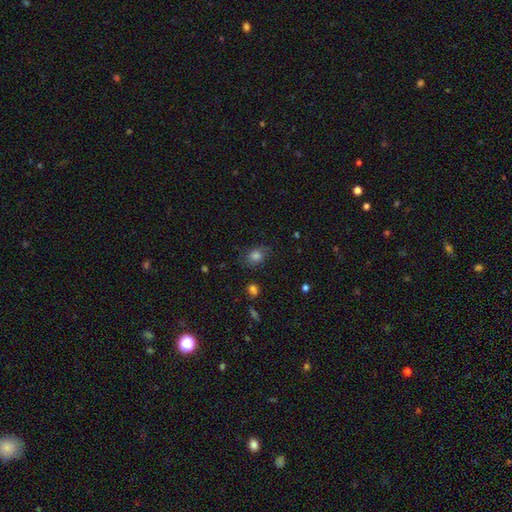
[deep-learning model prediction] Smooth or featured? smooth (73%)
How rounded? in between (56%)
Merging? none (70%)